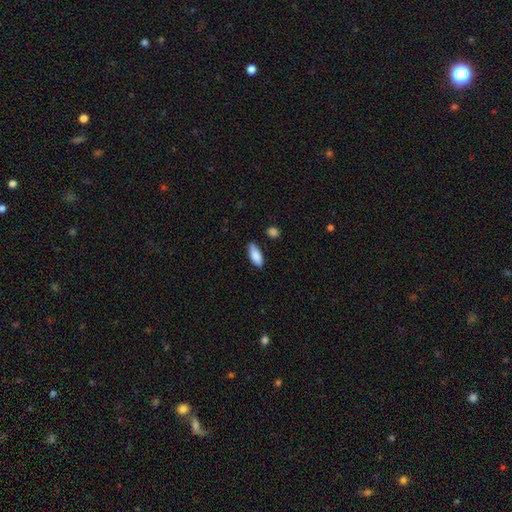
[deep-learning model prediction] Q: Smooth or featured?
A: smooth (87%); runner-up: featured or disk (7%)
Q: How rounded?
A: in between (79%); runner-up: cigar-shaped (19%)
Q: Merging?
A: none (77%); runner-up: minor disturbance (18%)